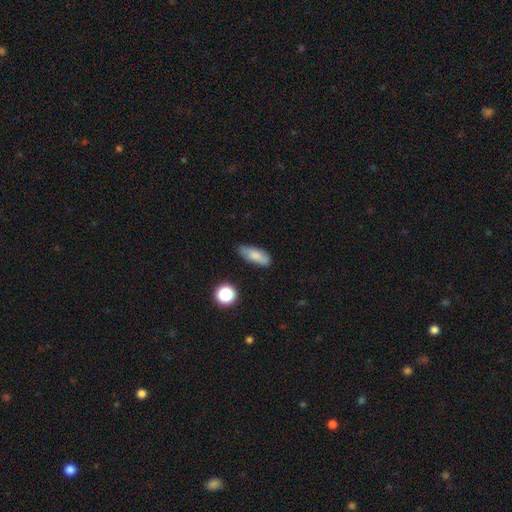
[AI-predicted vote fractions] smooth_or_featured: smooth (p=0.74) [alt: featured or disk p=0.17]
how_rounded: in between (p=0.72) [alt: cigar-shaped p=0.24]
merging: none (p=0.72) [alt: minor disturbance p=0.21]